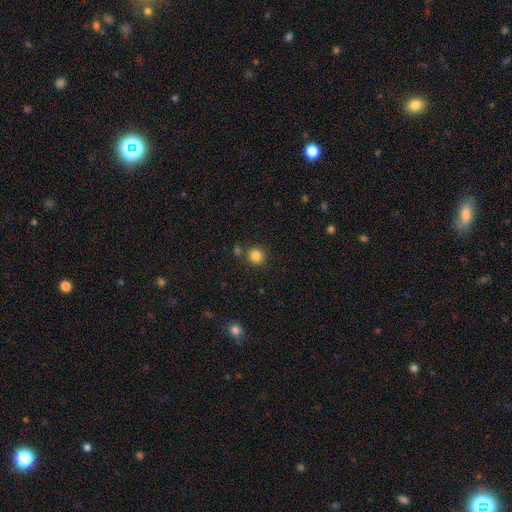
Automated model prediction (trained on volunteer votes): smooth 85%, star or artifact 11%, featured or disk 4%. Down the decision tree: how rounded — round (92%); merging — none (81%).